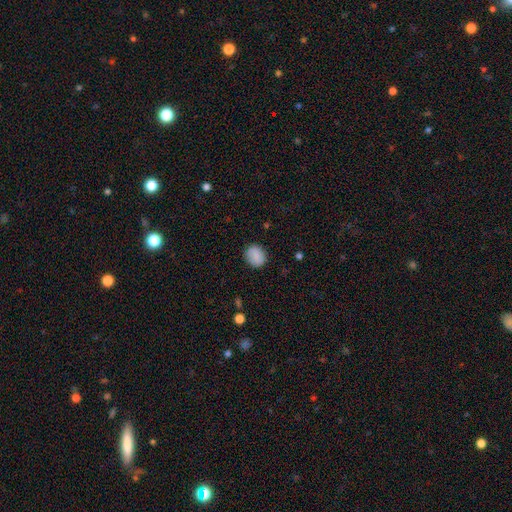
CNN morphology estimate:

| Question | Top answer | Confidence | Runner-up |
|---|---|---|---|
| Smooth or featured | smooth | 75% | featured or disk (17%) |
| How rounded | round | 70% | in between (29%) |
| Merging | none | 85% | minor disturbance (11%) |